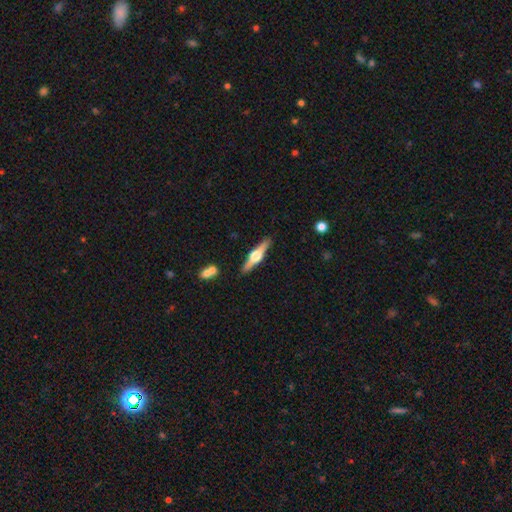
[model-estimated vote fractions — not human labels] A featured or disk galaxy (76%) viewed edge-on (98%) with a rounded central bulge (94%).

Vote fractions:
- Smooth or featured? featured or disk: 76% / smooth: 19% / star or artifact: 5%
- Edge-on disk? yes: 98% / no: 2%
- Edge-on bulge? rounded: 94% / boxy: 5% / none: 1%
- Merging? none: 88% / minor disturbance: 8% / merger: 2% / major disturbance: 2%